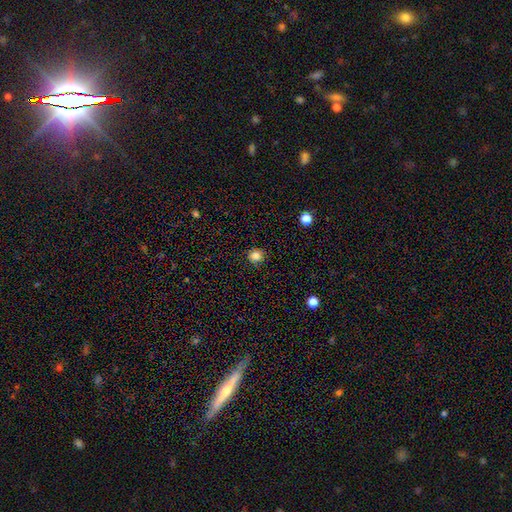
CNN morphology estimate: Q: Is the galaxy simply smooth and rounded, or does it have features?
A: smooth — 82%.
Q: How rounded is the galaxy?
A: round — 87%.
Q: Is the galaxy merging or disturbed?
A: none — 88%.